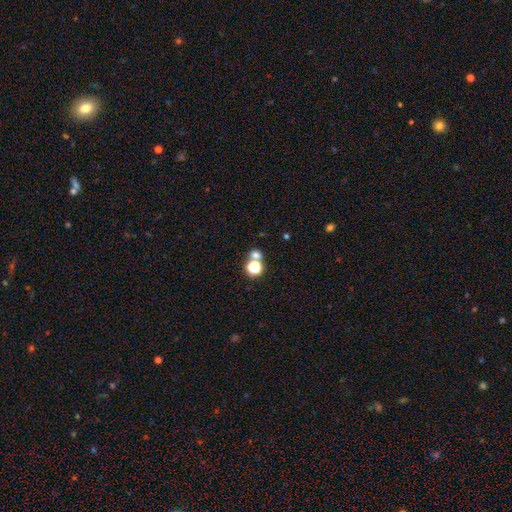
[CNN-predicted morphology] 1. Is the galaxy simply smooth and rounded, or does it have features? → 62% smooth, 29% star or artifact, 9% featured or disk.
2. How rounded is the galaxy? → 74% round, 25% in between, 1% cigar-shaped.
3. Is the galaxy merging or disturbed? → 54% none, 35% merger, 7% minor disturbance, 4% major disturbance.